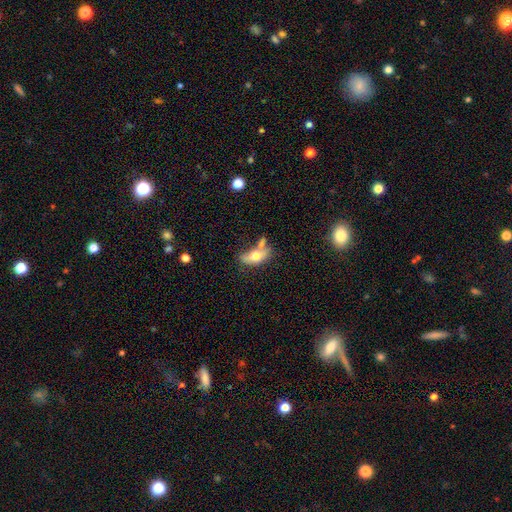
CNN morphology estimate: Q: Smooth or featured?
A: smooth (60%); runner-up: featured or disk (32%)
Q: How rounded?
A: in between (79%); runner-up: cigar-shaped (14%)
Q: Merging?
A: none (33%); tied with: merger (33%)